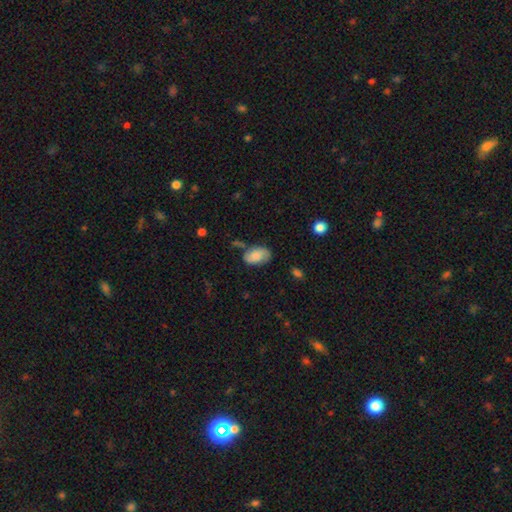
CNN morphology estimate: A smooth galaxy with no disk features (79%) that is in between round and cigar-shaped (93%). Merging: none (60%).